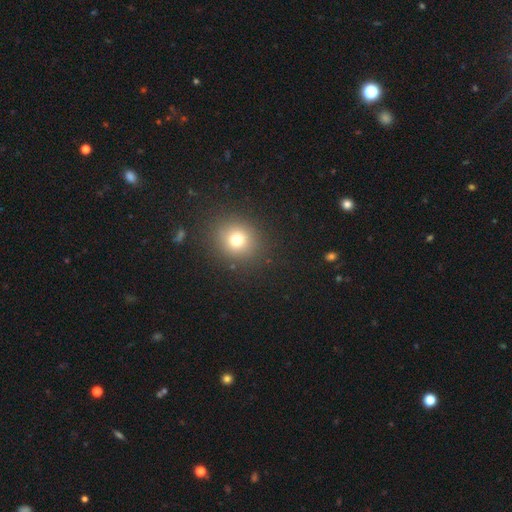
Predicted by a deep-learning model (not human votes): Smooth or featured? smooth (69%)
How rounded? round (82%)
Merging? none (91%)